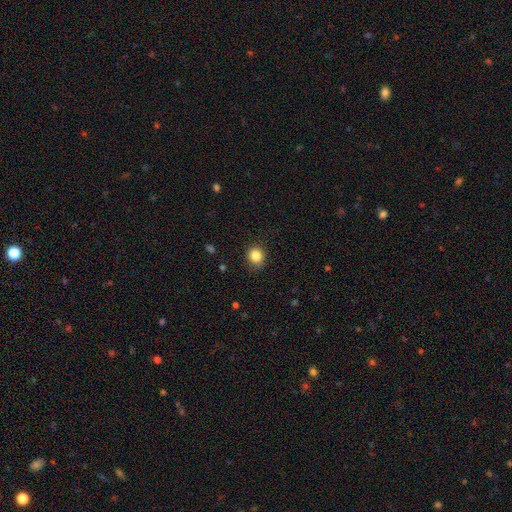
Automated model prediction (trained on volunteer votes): Overall: smooth (84%). How rounded: round (81%). Merging: none (84%).